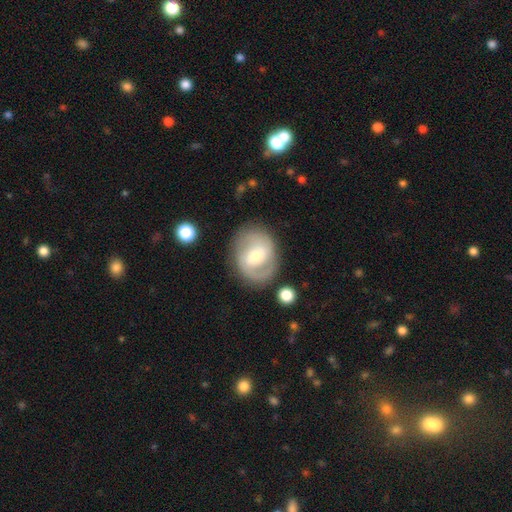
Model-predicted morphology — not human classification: This is likely a featured or disk galaxy (70%). It is clearly not viewed edge-on (97%). Bar: possibly weak (49%). Spiral arm pattern: clearly yes (83%). Spiral arm count: likely 2 (78%). Spiral winding: possibly medium (46%). Central bulge: possibly moderate (59%). Merging: likely none (77%).